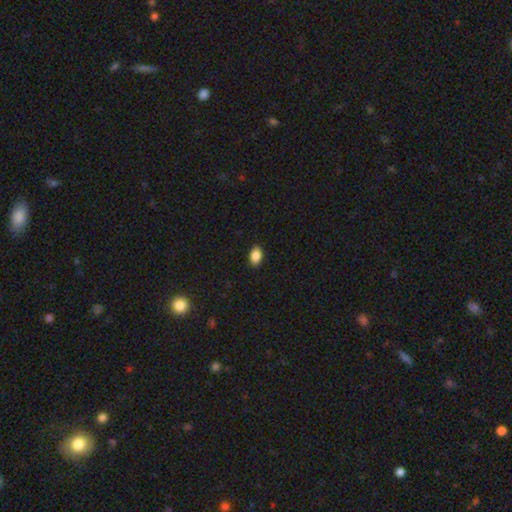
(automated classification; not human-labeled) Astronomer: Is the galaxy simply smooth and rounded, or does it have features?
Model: smooth — 87%.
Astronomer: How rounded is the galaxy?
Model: in between — 88%.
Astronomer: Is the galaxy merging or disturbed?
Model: none — 88%.